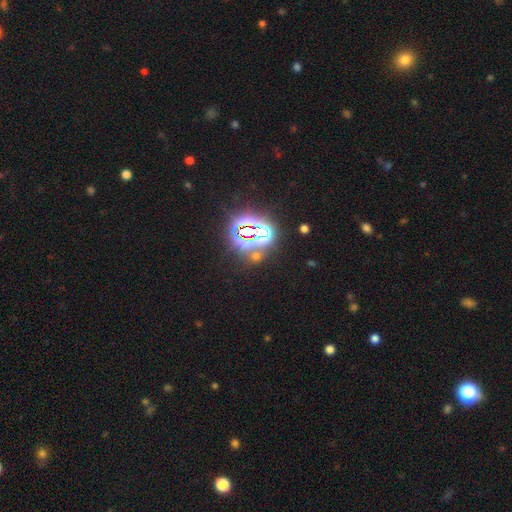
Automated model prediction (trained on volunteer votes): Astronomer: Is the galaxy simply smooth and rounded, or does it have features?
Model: star or artifact — 65%.